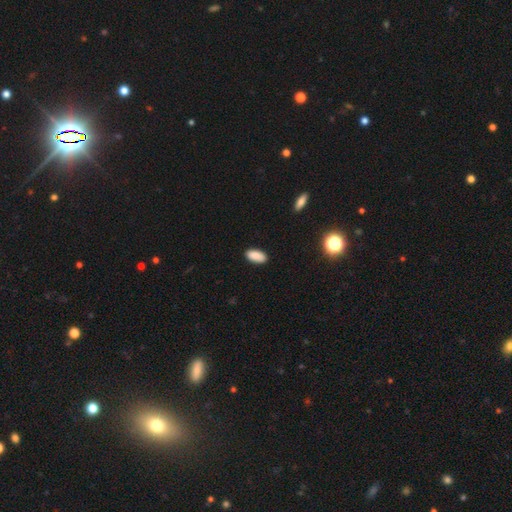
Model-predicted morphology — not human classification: Overall: smooth (89%). How rounded: in between (90%). Merging: none (88%).